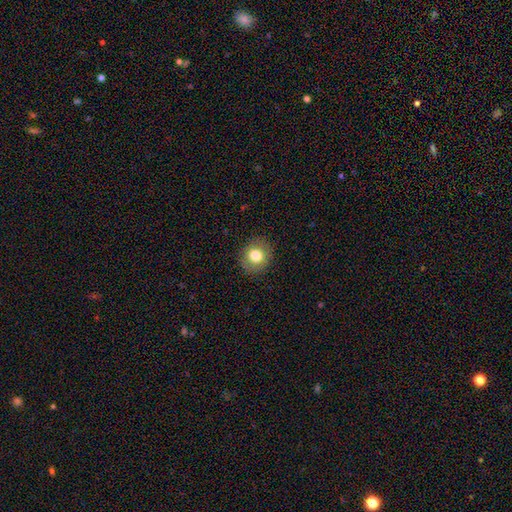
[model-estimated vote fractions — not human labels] The model was most divided on "how rounded": round: 82%, in between: 18%, cigar-shaped: 1%. More confident: merging — none (89%); smooth or featured — smooth (79%).